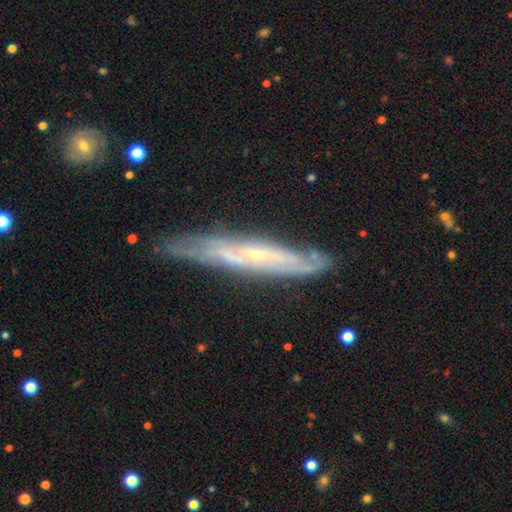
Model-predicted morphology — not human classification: A featured or disk galaxy (77%) viewed edge-on (62%). Merging: none (73%).